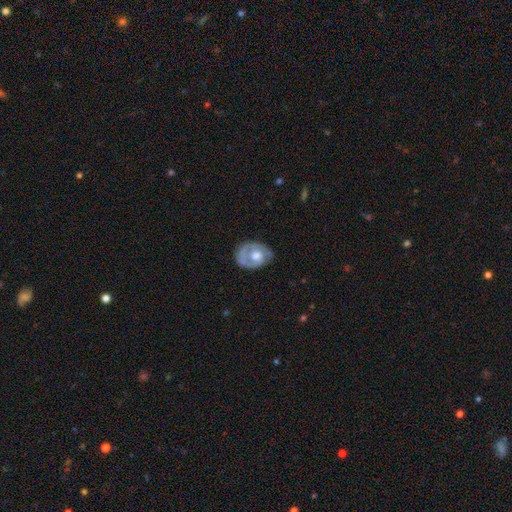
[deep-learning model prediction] smooth_or_featured: featured or disk (p=0.60) [alt: smooth p=0.34]
disk_edge_on: no (p=0.95) [alt: yes p=0.05]
bar: no (p=0.82) [alt: weak p=0.15]
has_spiral_arms: yes (p=0.55) [alt: no p=0.45]
bulge_size: moderate (p=0.54) [alt: large p=0.32]
merging: none (p=0.59) [alt: minor disturbance p=0.25]